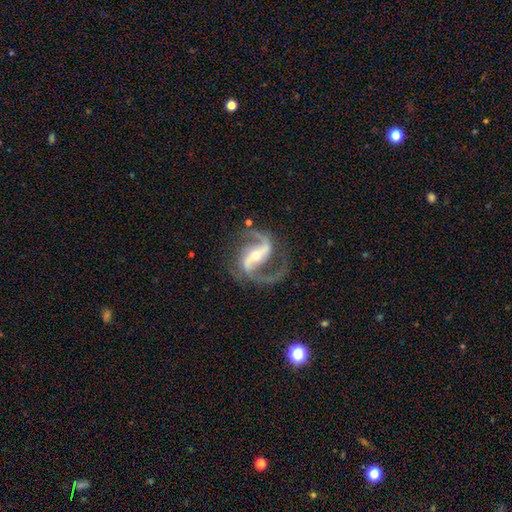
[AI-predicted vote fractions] Smooth or featured: featured or disk — 92% (star or artifact — 5%)
Edge-on disk: no — 97% (yes — 3%)
Bar: strong — 56% (weak — 29%)
Spiral arms: yes — 98% (no — 2%)
Spiral winding: medium — 55% (loose — 33%)
Spiral arm count: 2 — 92% (3 — 2%)
Bulge size: moderate — 49% (small — 47%)
Merging: none — 75% (minor disturbance — 13%)